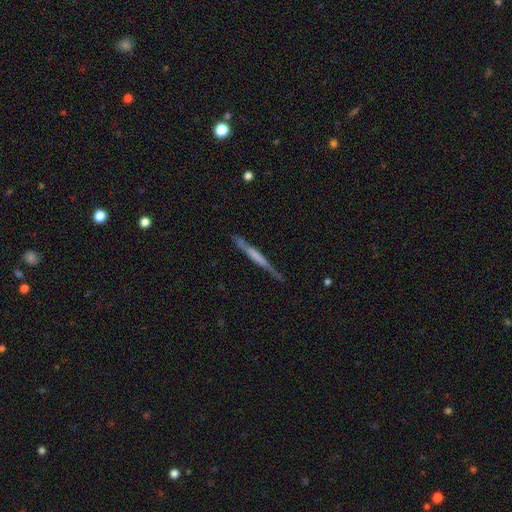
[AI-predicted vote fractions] A featured or disk galaxy (58%) viewed edge-on (95%) with no central bulge (57%). Merging: none (78%).